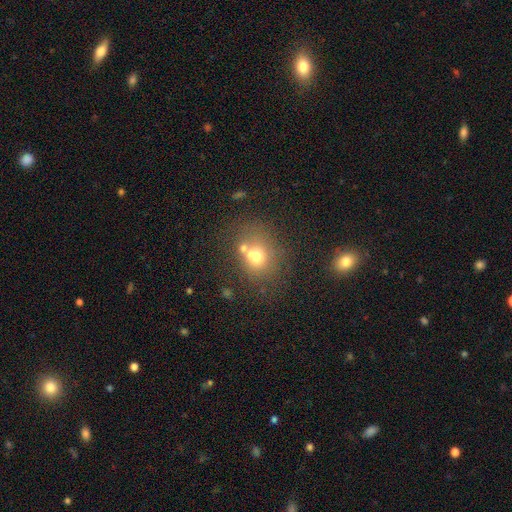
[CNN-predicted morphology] Smooth or featured? Predicted: smooth (p=0.64). How rounded? Predicted: round (p=0.67). Merging? Predicted: none (p=0.50).